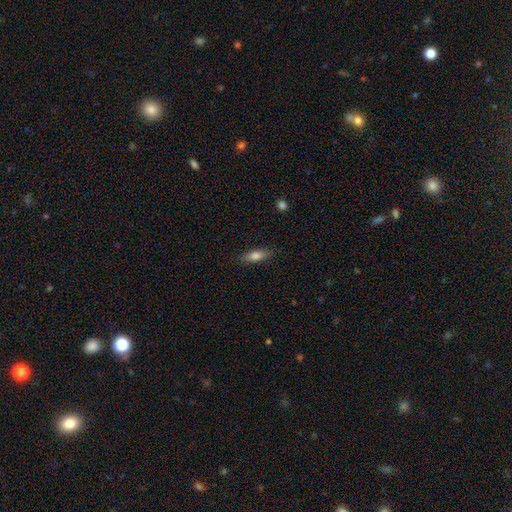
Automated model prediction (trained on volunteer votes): smooth 77%, featured or disk 16%, star or artifact 7%. Down the decision tree: how rounded — in between (60%); merging — none (85%).